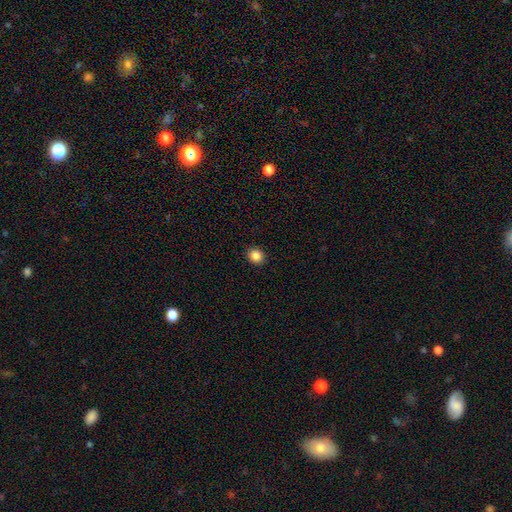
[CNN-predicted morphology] Smooth or featured?
  - smooth: 87% *
  - star or artifact: 10%
  - featured or disk: 3%
How rounded?
  - round: 77% *
  - in between: 22%
  - cigar-shaped: 1%
Merging?
  - none: 92% *
  - minor disturbance: 6%
  - major disturbance: 2%
  - merger: 1%